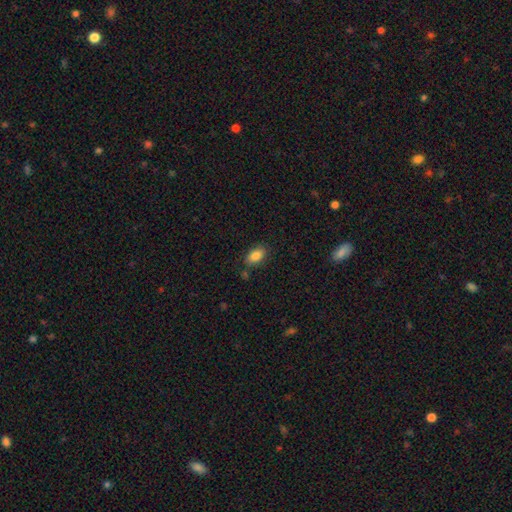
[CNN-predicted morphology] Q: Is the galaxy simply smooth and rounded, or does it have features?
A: smooth — 85%.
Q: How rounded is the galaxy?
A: in between — 90%.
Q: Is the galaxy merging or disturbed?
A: none — 79%.